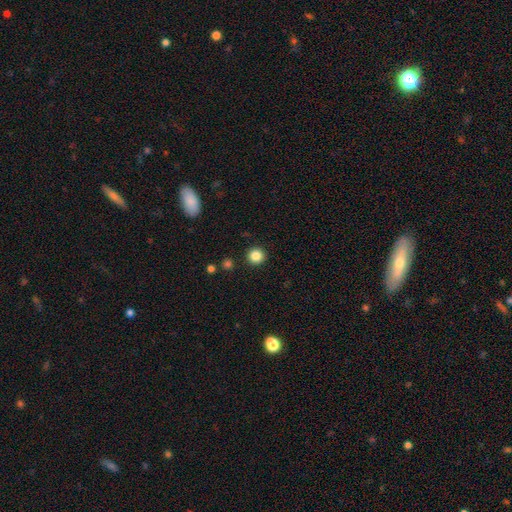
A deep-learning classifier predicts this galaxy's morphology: Smooth or featured? smooth (85%)
How rounded? round (94%)
Merging? none (92%)